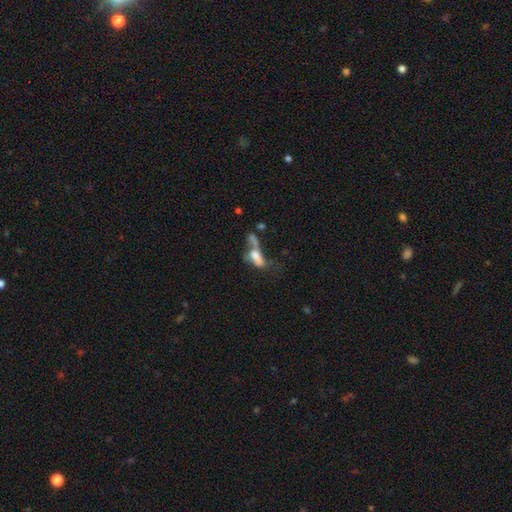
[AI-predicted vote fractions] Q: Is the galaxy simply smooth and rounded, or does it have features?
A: smooth — 51%.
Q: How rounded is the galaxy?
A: in between — 68%.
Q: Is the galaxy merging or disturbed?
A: merger — 37%.